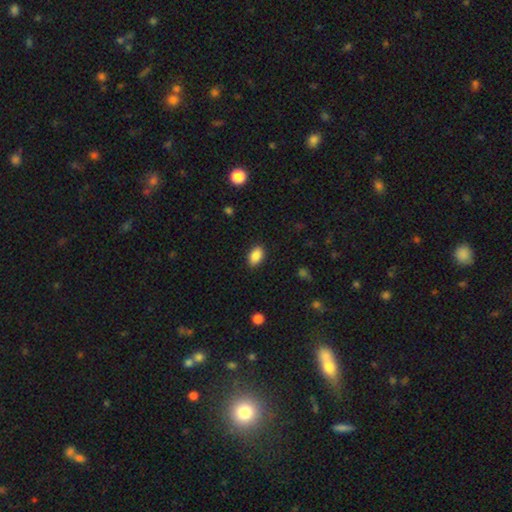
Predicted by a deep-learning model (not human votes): Morphology: type=smooth (89%); roundness=in between (91%); merging=none (86%).